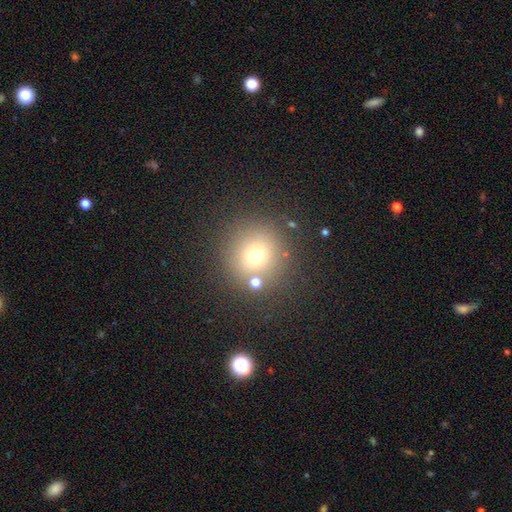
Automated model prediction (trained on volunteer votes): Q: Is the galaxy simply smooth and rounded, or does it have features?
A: smooth — 69%.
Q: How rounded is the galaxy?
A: round — 92%.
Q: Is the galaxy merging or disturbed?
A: none — 80%.